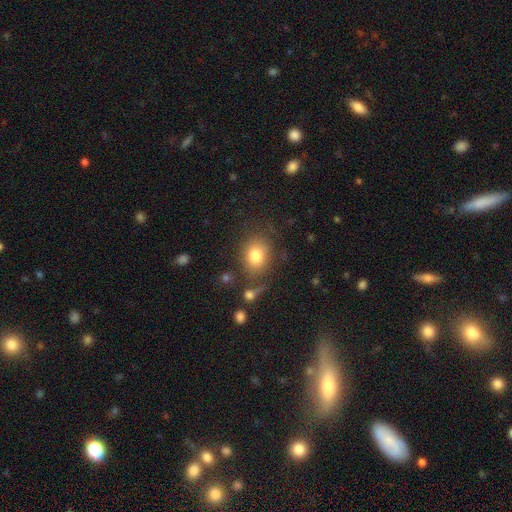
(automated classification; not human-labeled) Q: Smooth or featured?
A: smooth (79%); runner-up: star or artifact (11%)
Q: How rounded?
A: in between (54%); runner-up: round (45%)
Q: Merging?
A: none (71%); runner-up: minor disturbance (16%)